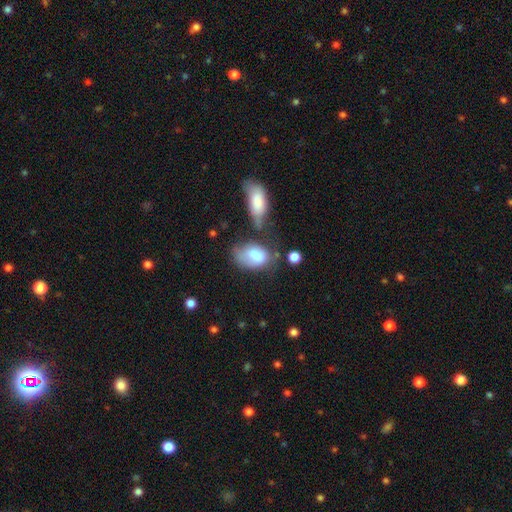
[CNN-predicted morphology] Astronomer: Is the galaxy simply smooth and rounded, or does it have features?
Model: smooth — 73%.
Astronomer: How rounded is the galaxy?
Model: in between — 88%.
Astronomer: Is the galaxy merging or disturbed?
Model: none — 29% (runner-up: minor disturbance, 26%).